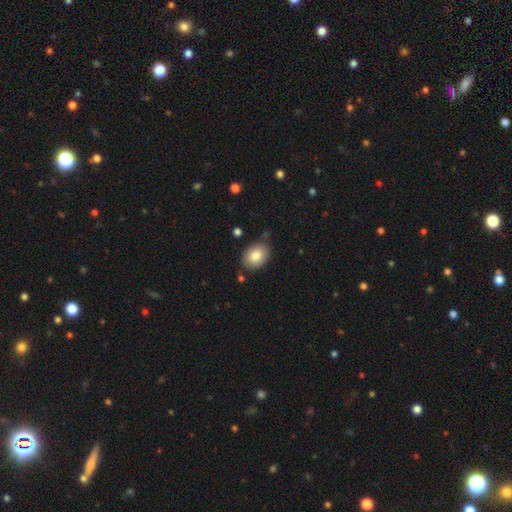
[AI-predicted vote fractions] This appears to be a smooth galaxy with no disk features (83%) that is in between round and cigar-shaped (73%). Merging: none (81%).